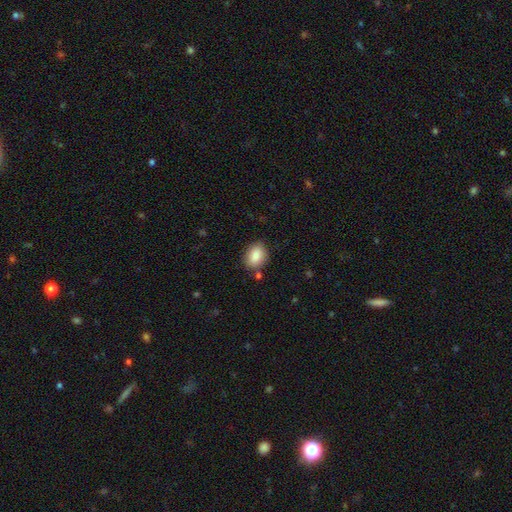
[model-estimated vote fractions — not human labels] Morphology: type=smooth (85%); roundness=in between (73%); merging=none (82%).